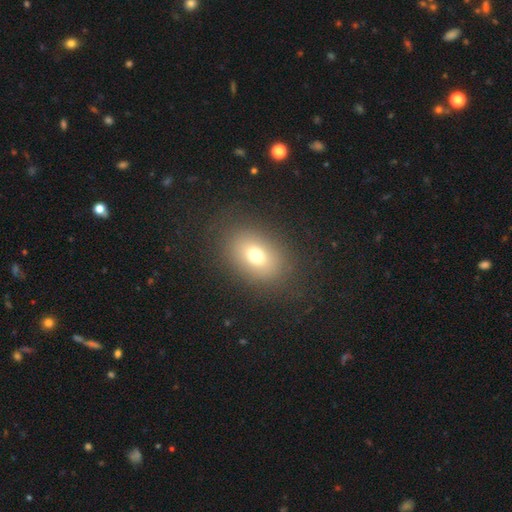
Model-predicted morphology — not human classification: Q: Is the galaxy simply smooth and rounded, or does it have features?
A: smooth — 72%.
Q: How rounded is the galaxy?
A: in between — 73%.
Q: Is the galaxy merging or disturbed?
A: none — 83%.